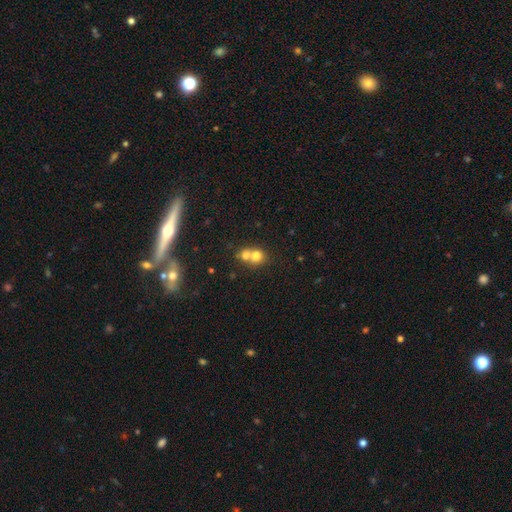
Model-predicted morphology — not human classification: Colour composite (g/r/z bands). It shows a smooth galaxy with no disk features (72%) that is round (78%). Merging: merger (65%).